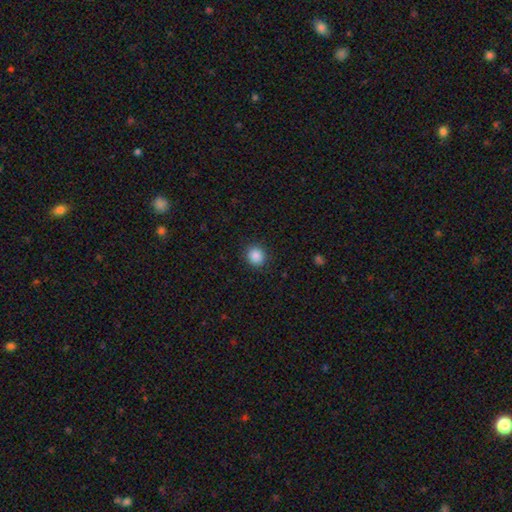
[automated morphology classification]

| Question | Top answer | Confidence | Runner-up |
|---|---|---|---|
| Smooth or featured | smooth | 87% | star or artifact (10%) |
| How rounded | round | 87% | in between (12%) |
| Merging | none | 90% | minor disturbance (7%) |